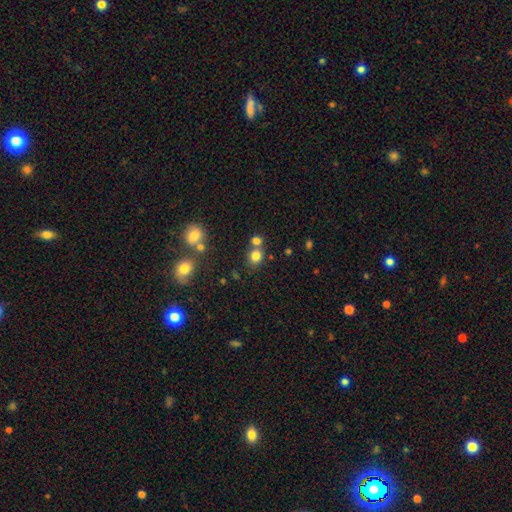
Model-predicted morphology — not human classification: Smooth or featured? smooth (79%)
How rounded? round (76%)
Merging? none (58%)